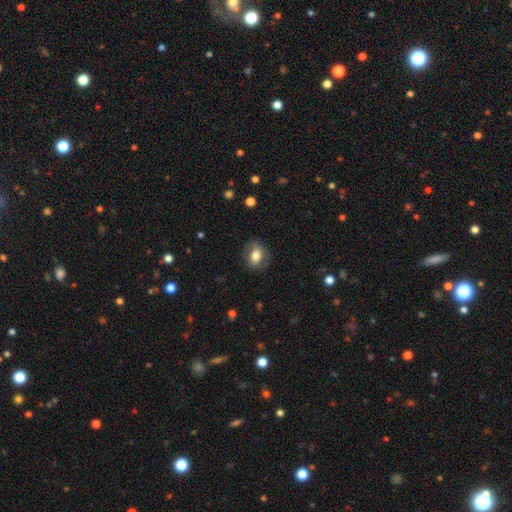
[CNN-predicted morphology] smooth_or_featured: smooth (p=0.69) [alt: featured or disk p=0.23]
how_rounded: in between (p=0.66) [alt: round p=0.33]
merging: none (p=0.78) [alt: minor disturbance p=0.15]